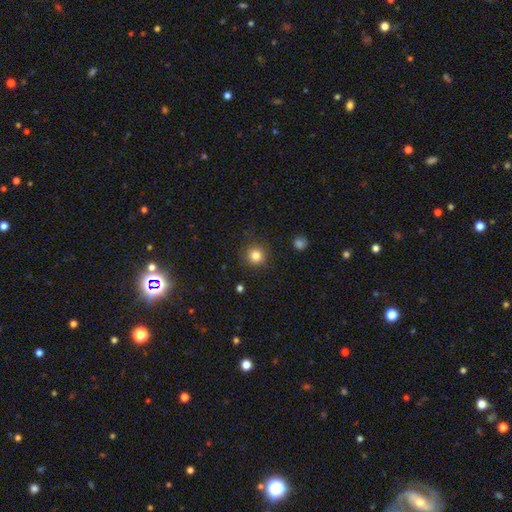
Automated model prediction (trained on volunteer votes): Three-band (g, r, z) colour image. It shows a smooth galaxy with no disk features (84%) that is round (94%). Merging: none (87%).